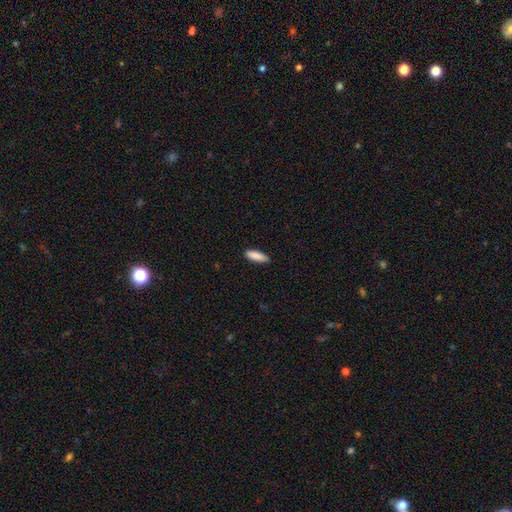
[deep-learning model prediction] Smooth or featured? Predicted: smooth (p=0.89). How rounded? Predicted: in between (p=0.51). Merging? Predicted: none (p=0.86).